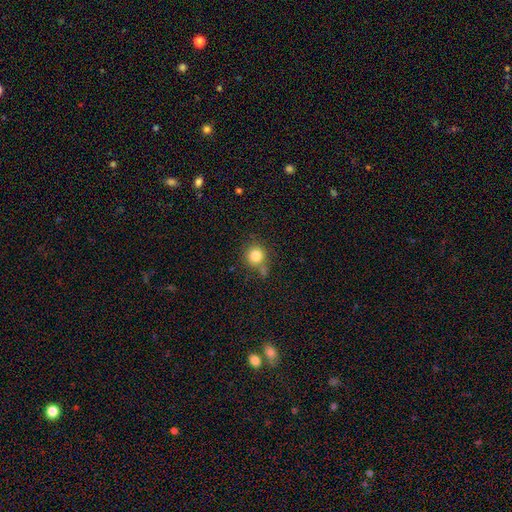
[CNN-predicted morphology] smooth-or-featured: smooth: 82% | star or artifact: 11% | featured or disk: 7%
  how-rounded: round: 91% | in between: 8% | cigar-shaped: 1%
  merging: none: 69% | minor disturbance: 14% | merger: 12% | major disturbance: 4%